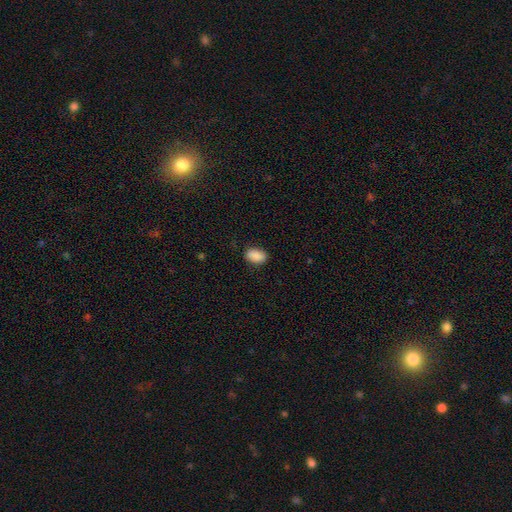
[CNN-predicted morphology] Smooth or featured? smooth (89%)
How rounded? in between (89%)
Merging? none (86%)